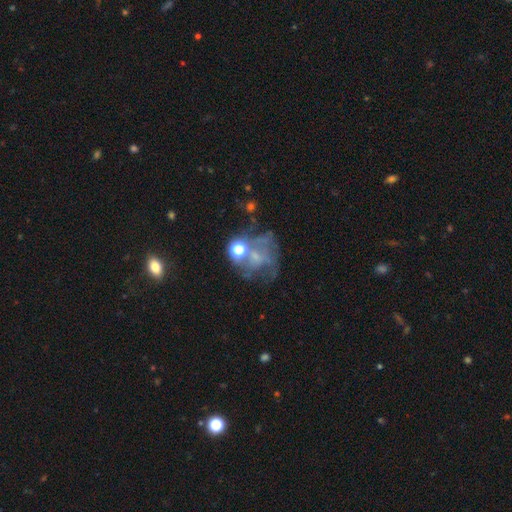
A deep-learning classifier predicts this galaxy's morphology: type=featured or disk (50%); merging=none (37%).